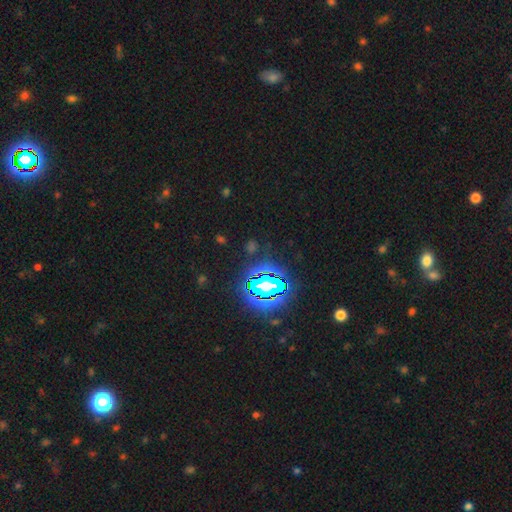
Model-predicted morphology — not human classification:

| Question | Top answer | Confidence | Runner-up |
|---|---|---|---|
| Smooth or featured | star or artifact | 82% | smooth (11%) |